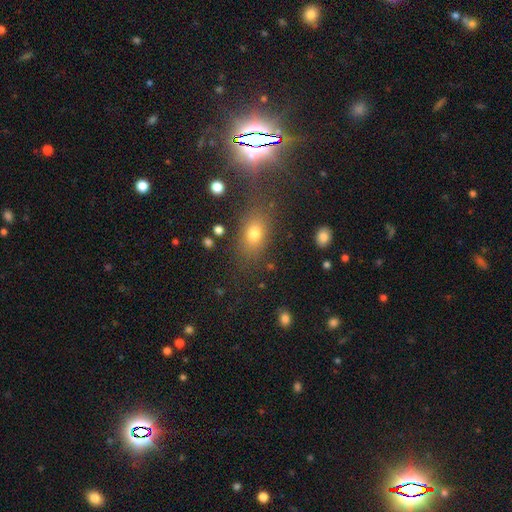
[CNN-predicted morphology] smooth 50%, star or artifact 37%, featured or disk 13%. Down the decision tree: merging — none (82%).